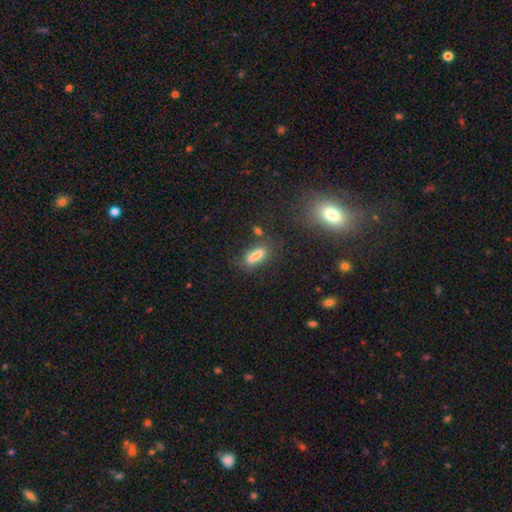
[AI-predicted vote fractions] Smooth or featured? smooth (79%)
How rounded? cigar-shaped (53%)
Merging? none (70%)